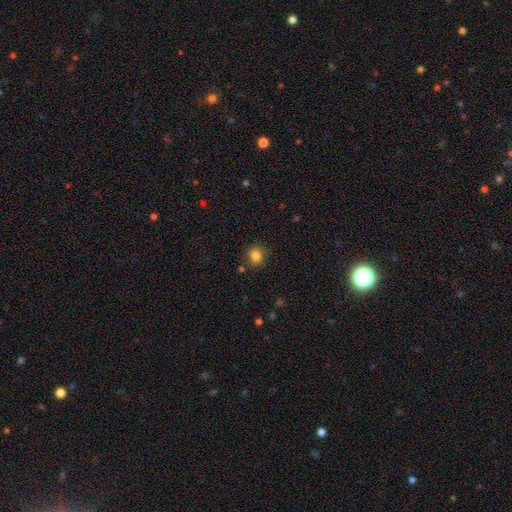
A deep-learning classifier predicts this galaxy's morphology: Smooth or featured: smooth — 83% (star or artifact — 11%)
How rounded: round — 71% (in between — 28%)
Merging: none — 81% (minor disturbance — 12%)